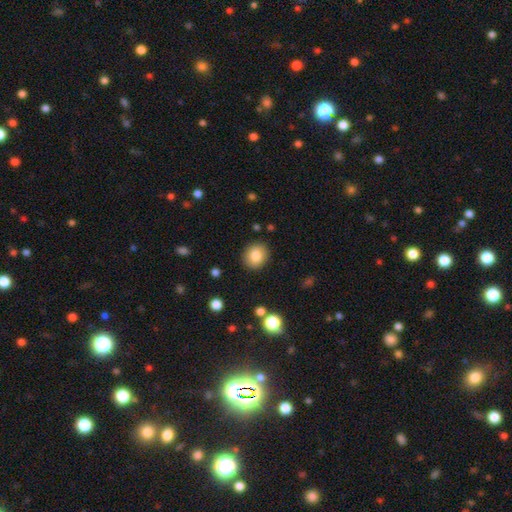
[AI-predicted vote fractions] A smooth galaxy with no disk features (84%) that is round (75%). Merging: none (89%).